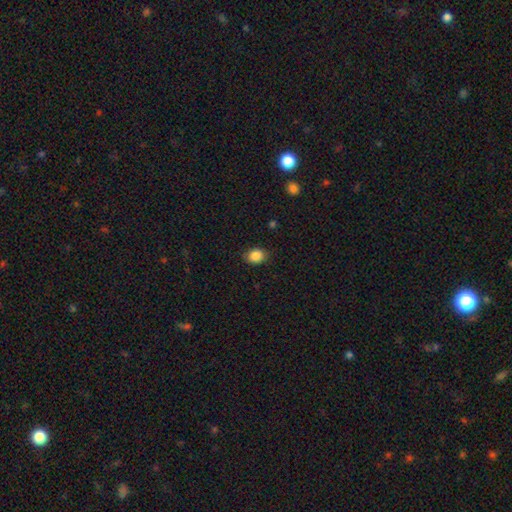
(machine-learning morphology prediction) A smooth galaxy with no disk features (86%) that is in between round and cigar-shaped (60%). Merging: none (86%).